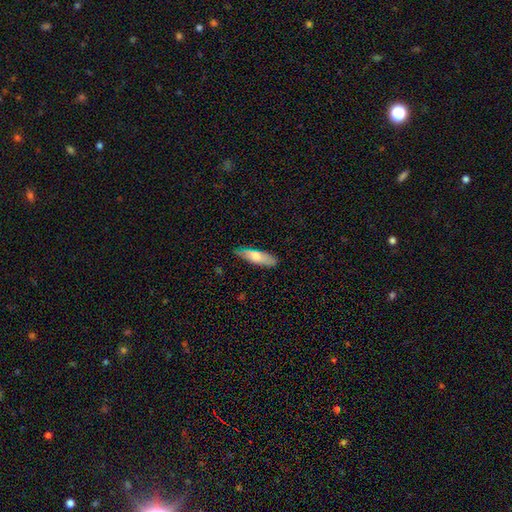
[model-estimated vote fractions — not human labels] smooth 72%, featured or disk 21%, star or artifact 6%. Down the decision tree: how rounded — cigar-shaped (50%); merging — none (76%).